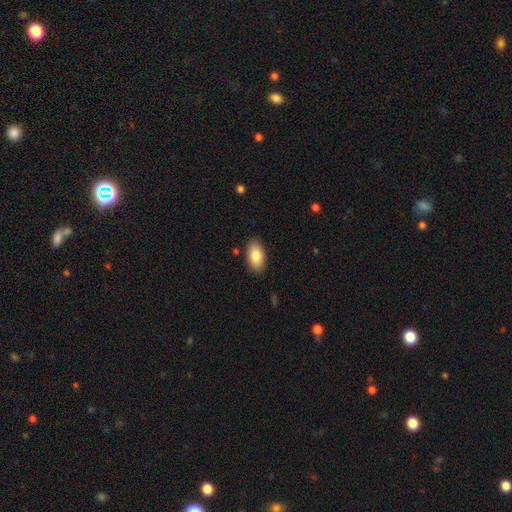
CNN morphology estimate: This appears to be a smooth galaxy with no disk features (86%) that is in between round and cigar-shaped (94%). Merging: none (87%).